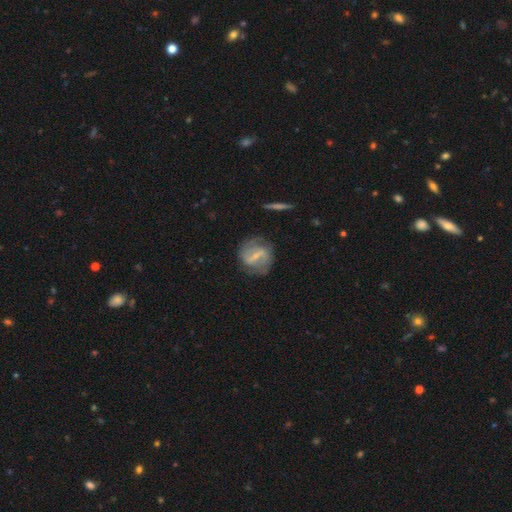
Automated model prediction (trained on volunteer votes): smooth_or_featured: featured or disk (p=0.78) [alt: smooth p=0.16]
disk_edge_on: no (p=0.96) [alt: yes p=0.04]
bar: strong (p=0.51) [alt: weak p=0.40]
has_spiral_arms: yes (p=0.86) [alt: no p=0.14]
spiral_winding: medium (p=0.46) [alt: tight p=0.31]
spiral_arm_count: 2 (p=0.79) [alt: can't tell p=0.13]
bulge_size: small (p=0.59) [alt: moderate p=0.21]
merging: none (p=0.73) [alt: minor disturbance p=0.17]